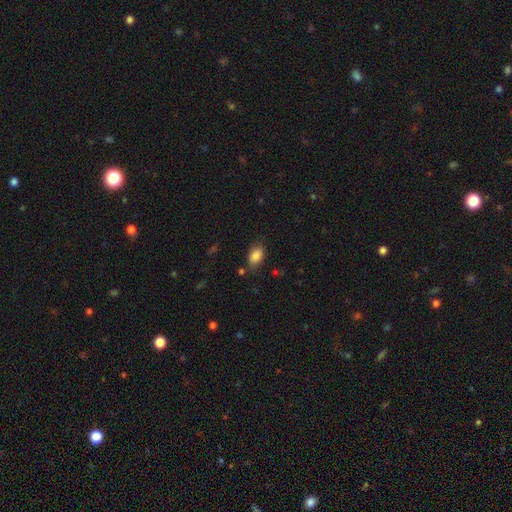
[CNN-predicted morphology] Q: Smooth or featured?
A: smooth (87%); runner-up: star or artifact (8%)
Q: How rounded?
A: in between (88%); runner-up: round (11%)
Q: Merging?
A: none (77%); runner-up: minor disturbance (16%)